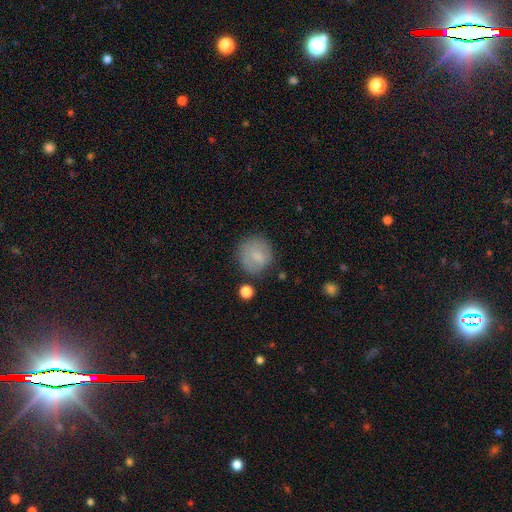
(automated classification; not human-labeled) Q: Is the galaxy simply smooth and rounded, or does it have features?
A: smooth — 78%.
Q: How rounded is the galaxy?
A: round — 88%.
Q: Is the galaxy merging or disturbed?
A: none — 74%.